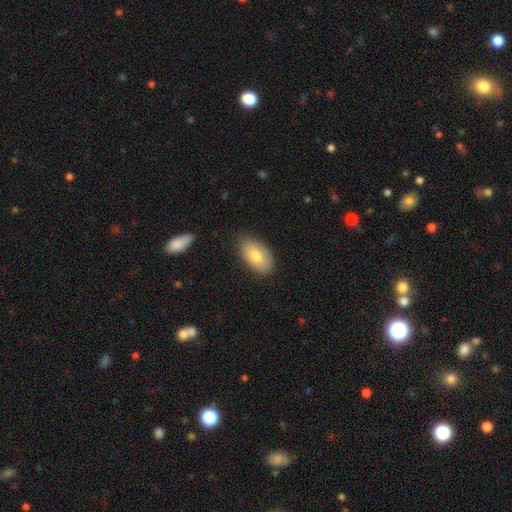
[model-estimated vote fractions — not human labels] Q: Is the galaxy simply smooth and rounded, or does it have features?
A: smooth — 75%.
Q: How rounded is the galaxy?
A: in between — 94%.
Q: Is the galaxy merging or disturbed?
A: none — 80%.